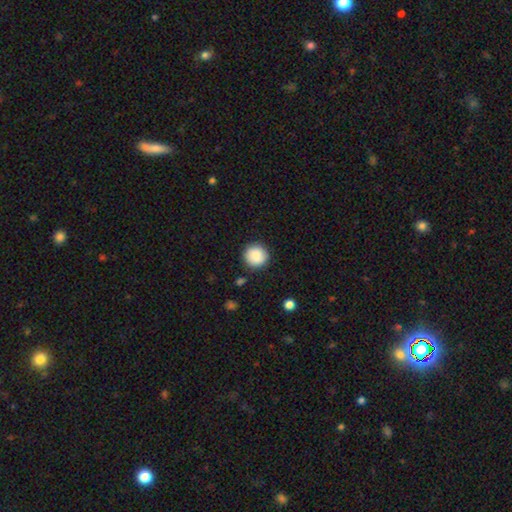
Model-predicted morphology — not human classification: type=smooth (87%); roundness=round (95%); merging=none (89%).